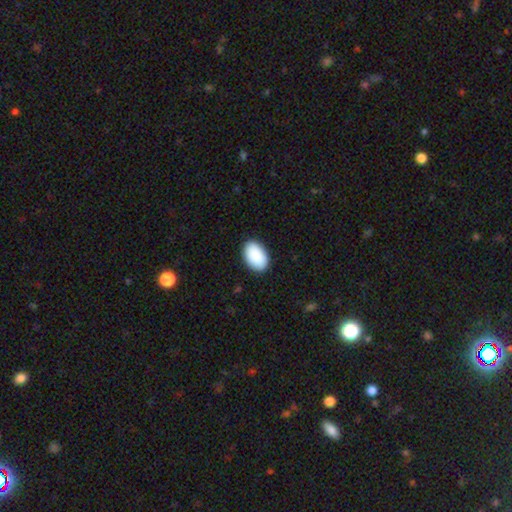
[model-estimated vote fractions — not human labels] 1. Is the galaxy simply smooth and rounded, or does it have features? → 91% smooth, 6% star or artifact, 3% featured or disk.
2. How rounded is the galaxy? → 92% in between, 7% round, 1% cigar-shaped.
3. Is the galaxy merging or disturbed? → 88% none, 9% minor disturbance, 2% major disturbance, 1% merger.